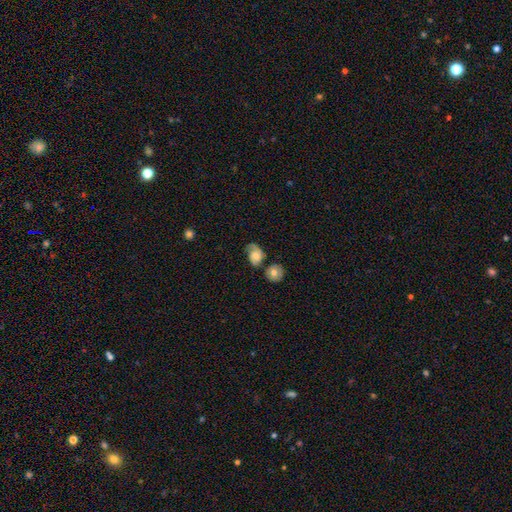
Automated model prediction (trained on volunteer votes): smooth_or_featured: featured or disk (p=0.50) [alt: smooth p=0.43]
merging: none (p=0.43) [alt: minor disturbance p=0.25]